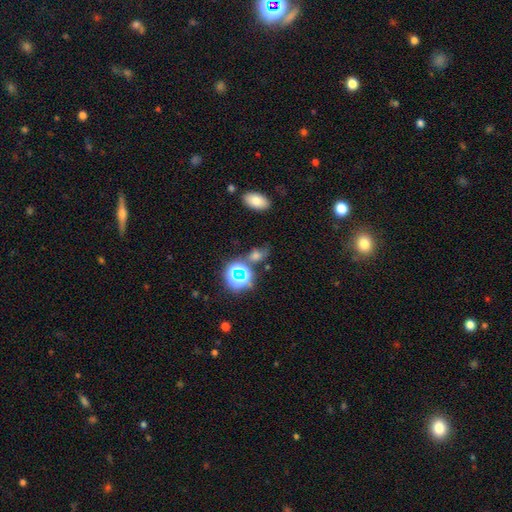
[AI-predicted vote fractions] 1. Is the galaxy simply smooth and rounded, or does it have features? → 42% smooth, 41% star or artifact, 17% featured or disk.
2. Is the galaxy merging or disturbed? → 60% none, 18% minor disturbance, 12% merger, 11% major disturbance.